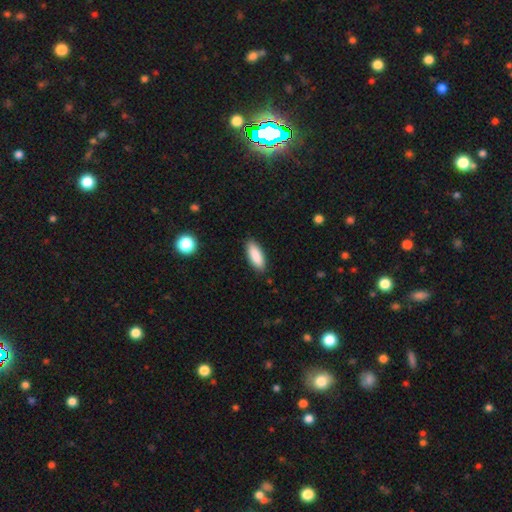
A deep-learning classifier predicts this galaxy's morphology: Smooth or featured?
  - smooth: 89% *
  - star or artifact: 6%
  - featured or disk: 6%
How rounded?
  - in between: 67% *
  - cigar-shaped: 31%
  - round: 2%
Merging?
  - none: 88% *
  - minor disturbance: 9%
  - major disturbance: 2%
  - merger: 1%